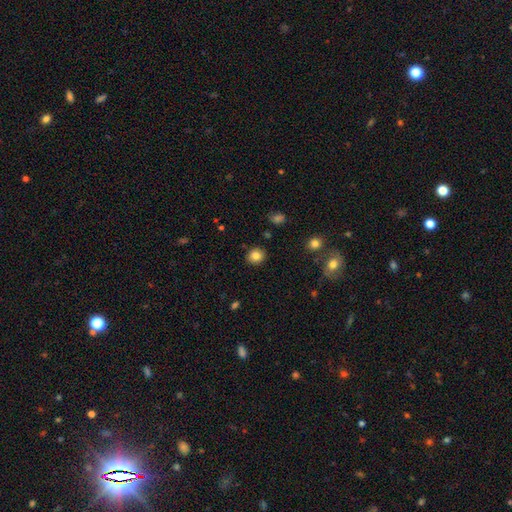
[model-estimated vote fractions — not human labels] Smooth or featured?
  - smooth: 83% *
  - star or artifact: 11%
  - featured or disk: 6%
How rounded?
  - round: 78% *
  - in between: 21%
  - cigar-shaped: 1%
Merging?
  - none: 89% *
  - minor disturbance: 7%
  - major disturbance: 2%
  - merger: 2%